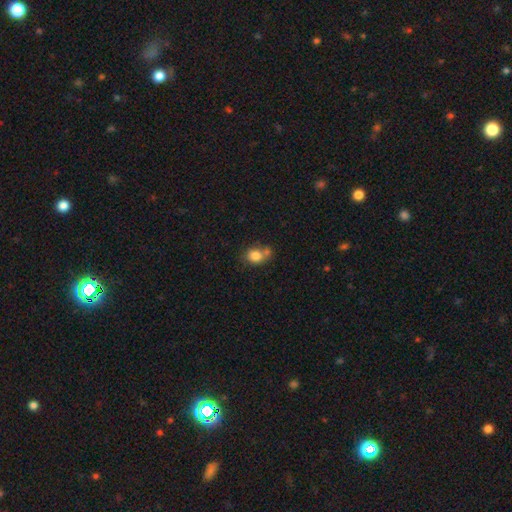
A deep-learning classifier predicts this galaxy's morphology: Smooth or featured? Predicted: smooth (p=0.81). How rounded? Predicted: round (p=0.61). Merging? Predicted: none (p=0.46).